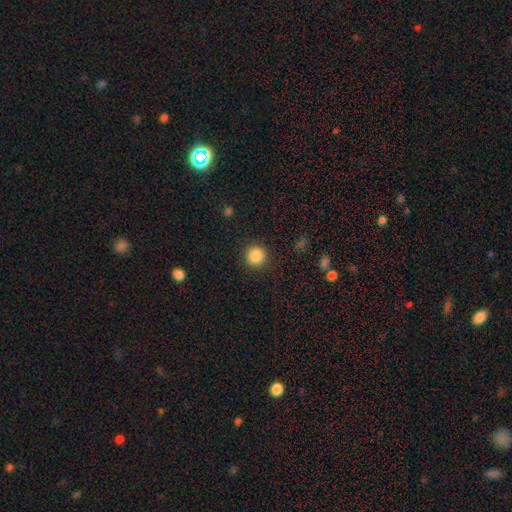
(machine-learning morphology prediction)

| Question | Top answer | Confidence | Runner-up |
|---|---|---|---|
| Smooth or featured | smooth | 86% | star or artifact (10%) |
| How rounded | round | 94% | in between (5%) |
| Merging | none | 91% | minor disturbance (6%) |